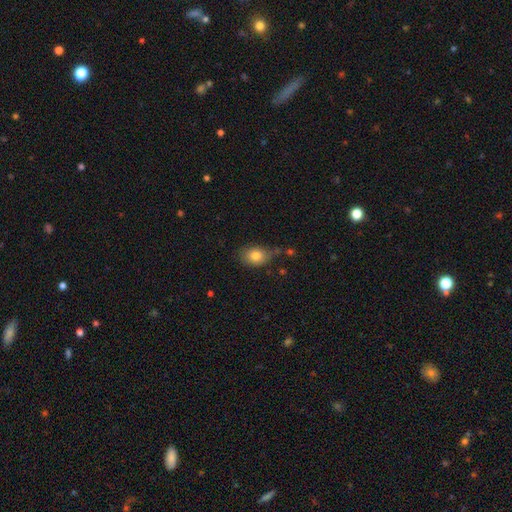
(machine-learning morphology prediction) Overall: smooth (80%). How rounded: in between (60%; round 39%). Merging: none (56%; minor disturbance 28%).